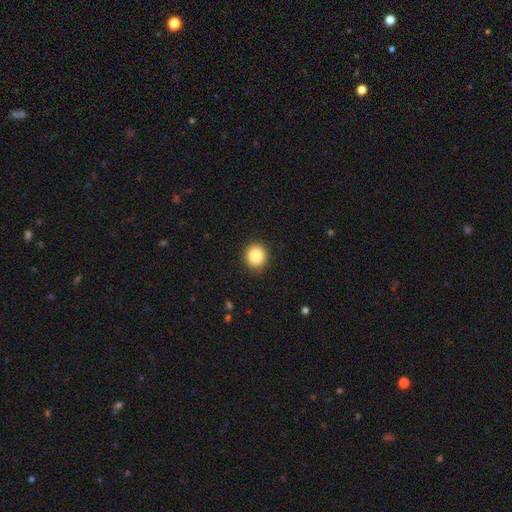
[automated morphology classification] Smooth or featured? smooth (85%)
How rounded? round (86%)
Merging? none (90%)